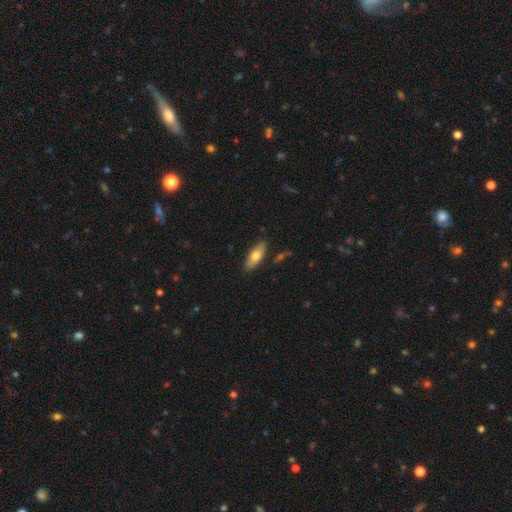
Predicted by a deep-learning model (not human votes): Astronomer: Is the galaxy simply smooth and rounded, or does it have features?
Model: smooth — 67%.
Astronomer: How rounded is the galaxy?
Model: in between — 69%.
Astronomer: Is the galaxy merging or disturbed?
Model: none — 86%.